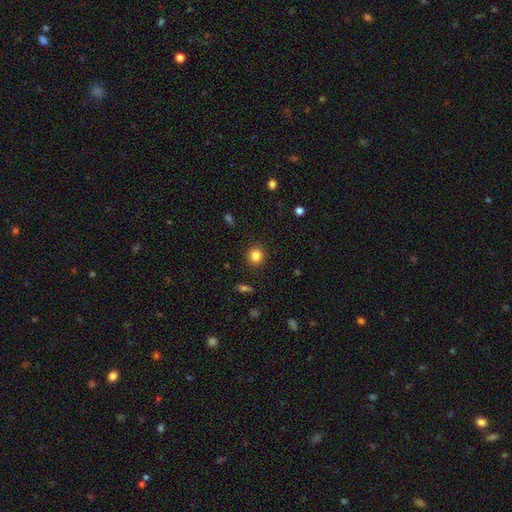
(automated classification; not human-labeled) A smooth galaxy with no disk features (84%) that is round (91%). Merging: none (91%).